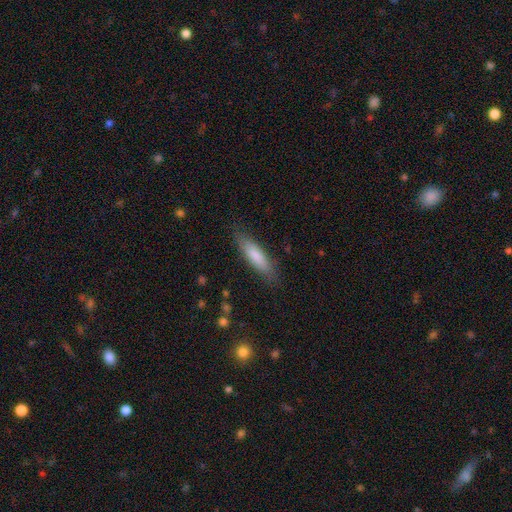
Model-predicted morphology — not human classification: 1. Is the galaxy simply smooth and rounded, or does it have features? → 79% smooth, 16% featured or disk, 6% star or artifact.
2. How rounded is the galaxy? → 69% cigar-shaped, 30% in between, 1% round.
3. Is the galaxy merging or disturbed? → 83% none, 12% minor disturbance, 3% major disturbance, 1% merger.